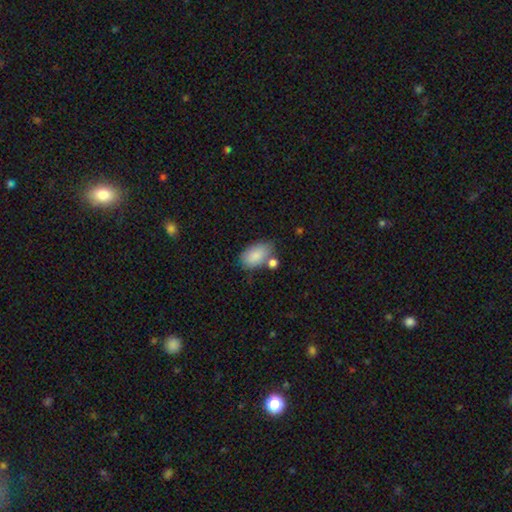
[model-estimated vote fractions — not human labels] Morphology: type=smooth (85%); roundness=in between (92%); merging=none (55%).